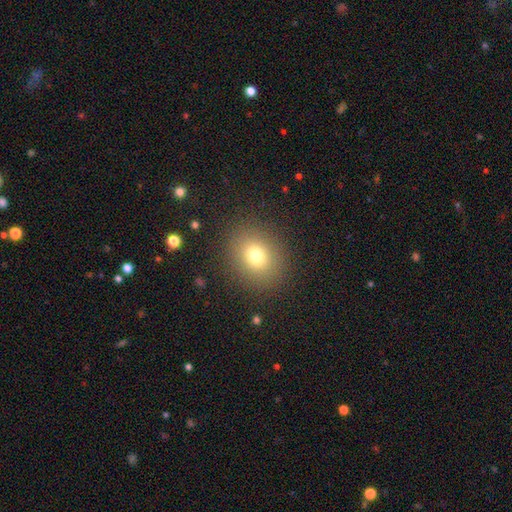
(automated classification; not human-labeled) This is likely a smooth galaxy (74%). How rounded: likely round (66%). Merging: clearly none (87%).